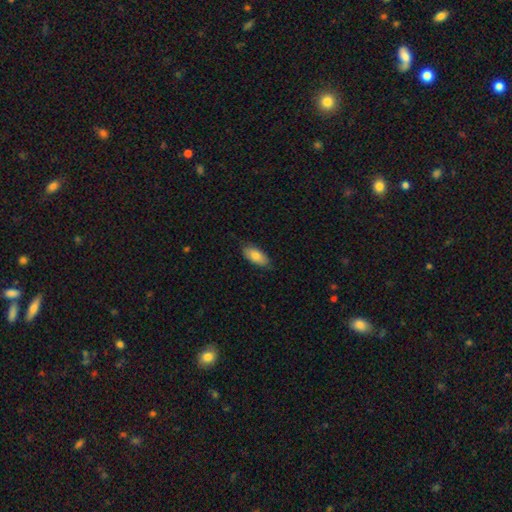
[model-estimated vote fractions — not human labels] Smooth or featured? smooth (81%)
How rounded? in between (90%)
Merging? none (81%)